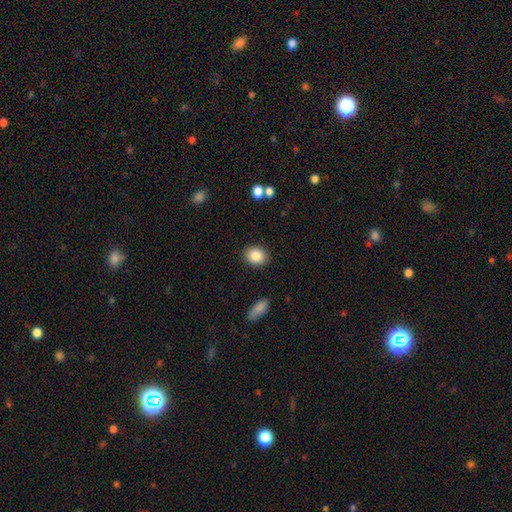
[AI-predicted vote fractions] Smooth or featured? Predicted: smooth (p=0.86). How rounded? Predicted: round (p=0.57). Merging? Predicted: none (p=0.89).